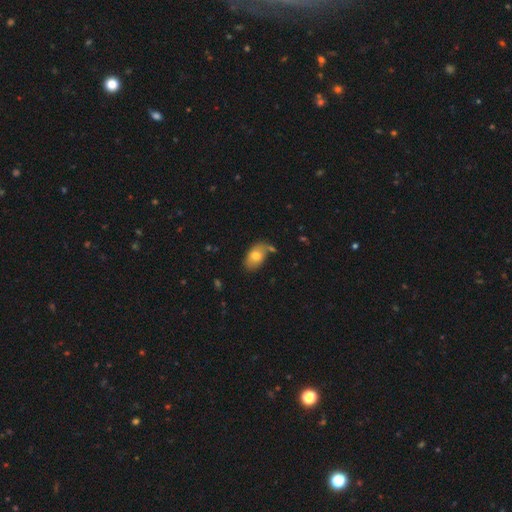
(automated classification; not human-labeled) This is likely a smooth galaxy (76%). How rounded: clearly in between (89%). Merging: likely none (62%).